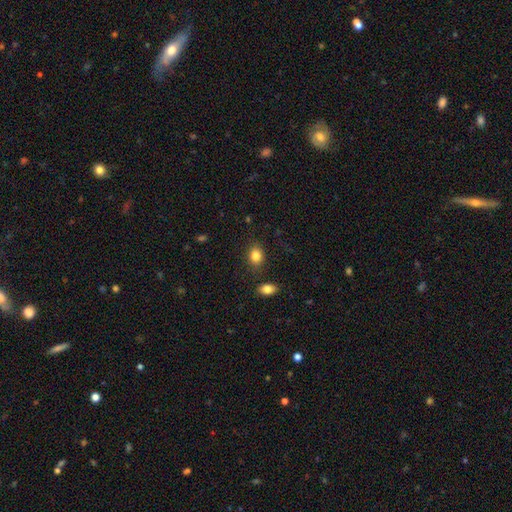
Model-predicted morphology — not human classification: This is clearly a smooth galaxy (85%). How rounded: possibly in between (59%). Merging: clearly none (82%).